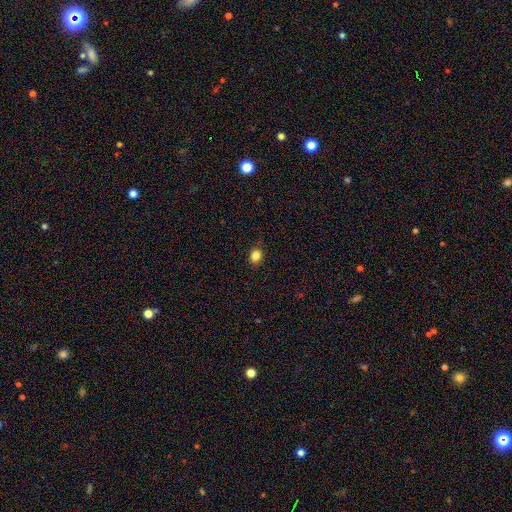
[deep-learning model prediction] This appears to be a smooth galaxy with no disk features (84%) that is in between round and cigar-shaped (57%). Merging: none (87%).